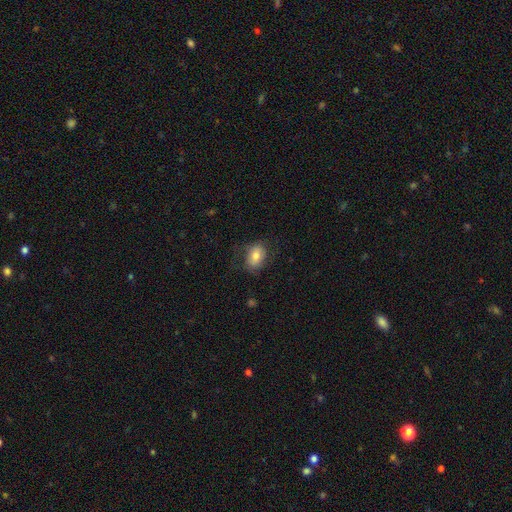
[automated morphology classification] Smooth or featured?
  - smooth: 72% *
  - featured or disk: 20%
  - star or artifact: 8%
How rounded?
  - in between: 81% *
  - round: 18%
  - cigar-shaped: 1%
Merging?
  - none: 67% *
  - minor disturbance: 20%
  - major disturbance: 12%
  - merger: 1%